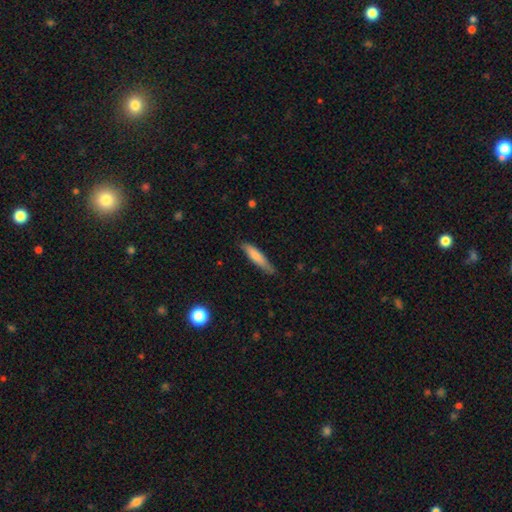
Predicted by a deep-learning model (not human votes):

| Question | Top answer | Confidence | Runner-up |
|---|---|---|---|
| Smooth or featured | smooth | 76% | featured or disk (18%) |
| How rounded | cigar-shaped | 82% | in between (16%) |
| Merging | none | 75% | minor disturbance (21%) |